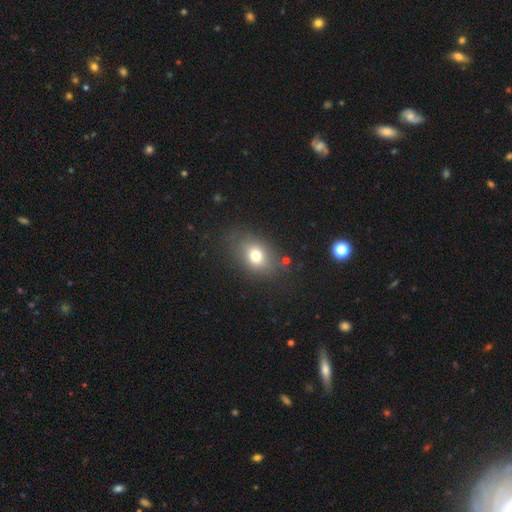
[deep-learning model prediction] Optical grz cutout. It shows a smooth galaxy with no disk features (74%) that is in between round and cigar-shaped (65%). Merging: none (75%).